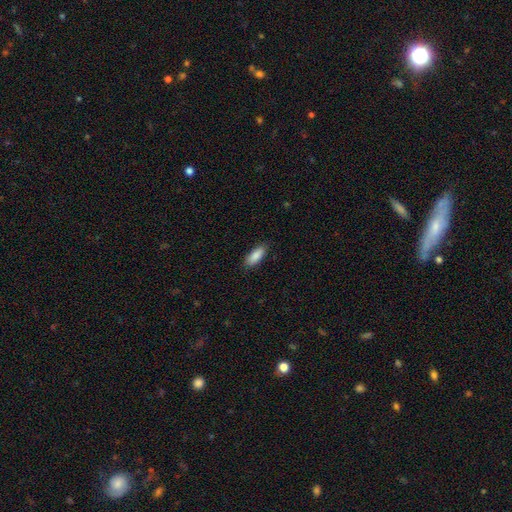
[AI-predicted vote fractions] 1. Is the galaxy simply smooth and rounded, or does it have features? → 88% smooth, 6% star or artifact, 6% featured or disk.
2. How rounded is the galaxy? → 77% in between, 21% cigar-shaped, 2% round.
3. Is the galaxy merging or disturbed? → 87% none, 10% minor disturbance, 2% major disturbance, 1% merger.